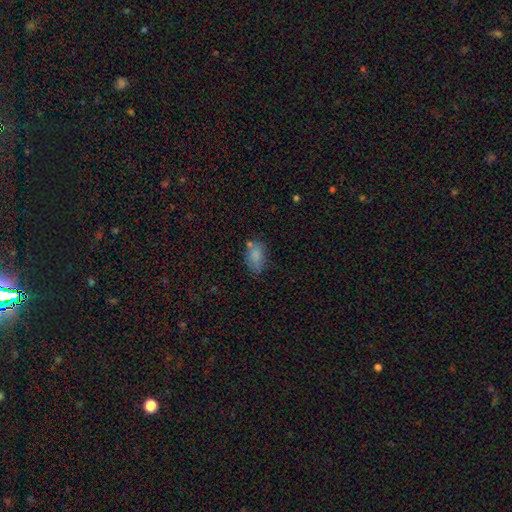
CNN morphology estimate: smooth_or_featured: smooth (p=0.79) [alt: star or artifact p=0.11]
how_rounded: in between (p=0.87) [alt: round p=0.11]
merging: none (p=0.60) [alt: minor disturbance p=0.22]